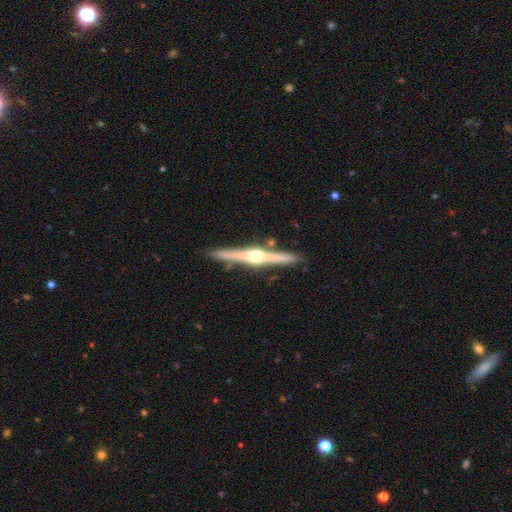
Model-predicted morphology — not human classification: A featured or disk galaxy (83%) viewed edge-on (98%) with a rounded central bulge (90%).

Vote fractions:
- Smooth or featured? featured or disk: 83% / smooth: 12% / star or artifact: 5%
- Edge-on disk? yes: 98% / no: 2%
- Edge-on bulge? rounded: 90% / boxy: 7% / none: 3%
- Merging? none: 89% / minor disturbance: 7% / merger: 2% / major disturbance: 2%